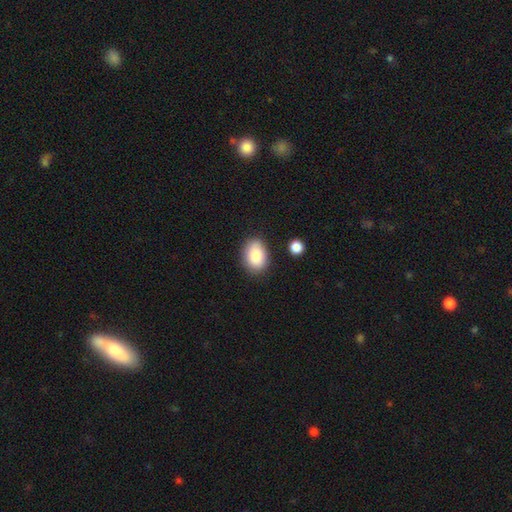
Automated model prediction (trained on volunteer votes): This is clearly a smooth galaxy (87%). How rounded: clearly in between (82%). Merging: clearly none (81%).